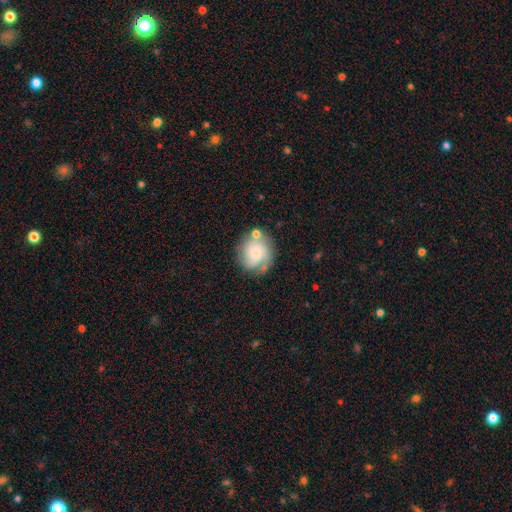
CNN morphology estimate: smooth-or-featured: featured or disk: 48% | smooth: 43% | star or artifact: 8%
  merging: none: 59% | minor disturbance: 21% | merger: 11% | major disturbance: 10%